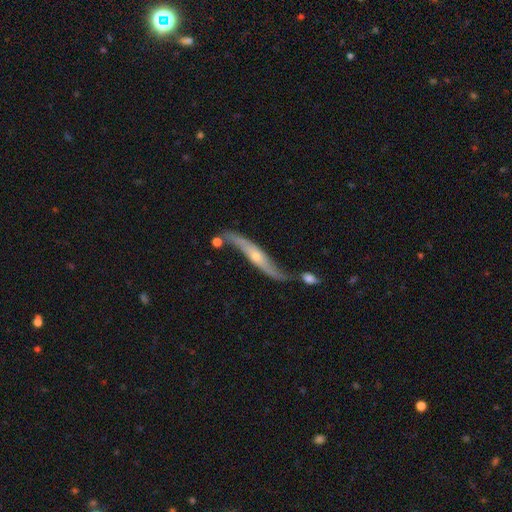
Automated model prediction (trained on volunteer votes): Morphology: type=featured or disk (78%); edge-on=no (51%); merging=none (44%).